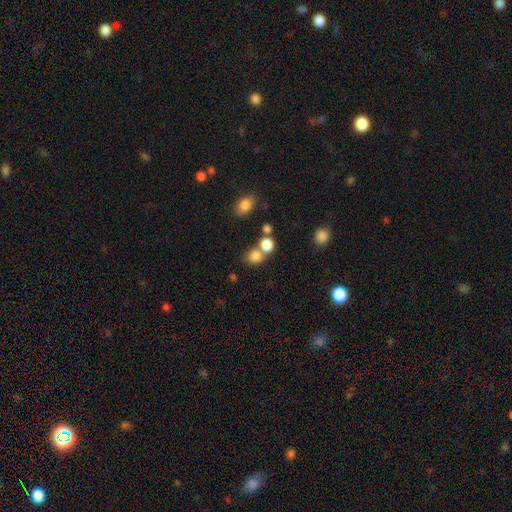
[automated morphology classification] smooth-or-featured: smooth: 81% | star or artifact: 12% | featured or disk: 7%
  how-rounded: round: 69% | in between: 30% | cigar-shaped: 1%
  merging: none: 44% | merger: 43% | minor disturbance: 9% | major disturbance: 4%